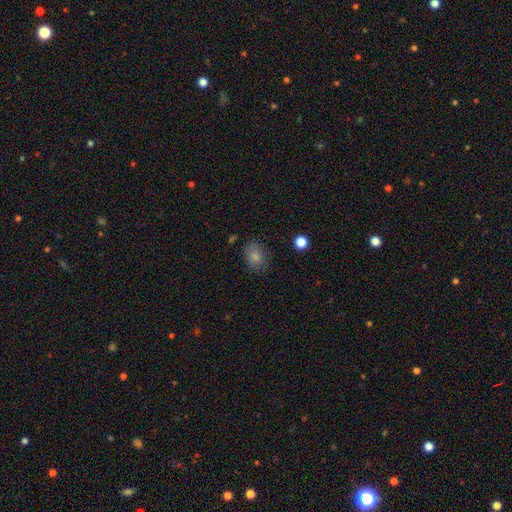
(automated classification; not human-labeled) Morphology: type=smooth (72%); roundness=in between (59%); merging=none (83%).